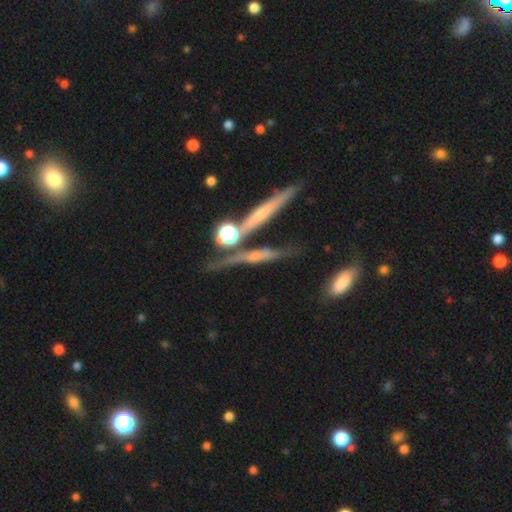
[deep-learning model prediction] Overall: featured or disk (60%; smooth 28%). Edge-on disk: yes (88%). Edge-on bulge: rounded (54%; none 29%). Merging: none (62%).